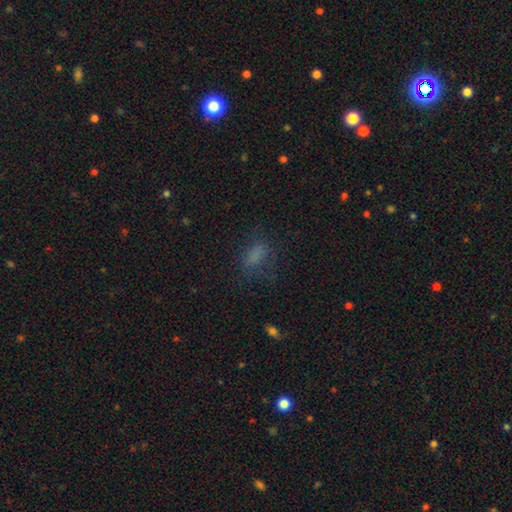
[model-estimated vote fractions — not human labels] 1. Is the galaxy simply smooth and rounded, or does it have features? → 71% smooth, 18% star or artifact, 11% featured or disk.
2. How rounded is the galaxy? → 76% in between, 13% cigar-shaped, 11% round.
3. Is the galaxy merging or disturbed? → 65% none, 19% minor disturbance, 14% major disturbance, 2% merger.